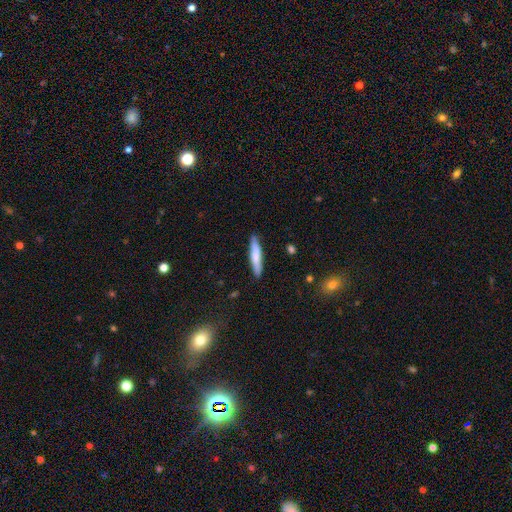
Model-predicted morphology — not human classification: Smooth or featured: smooth — 71% (featured or disk — 23%)
How rounded: cigar-shaped — 89% (in between — 10%)
Merging: none — 87% (minor disturbance — 10%)